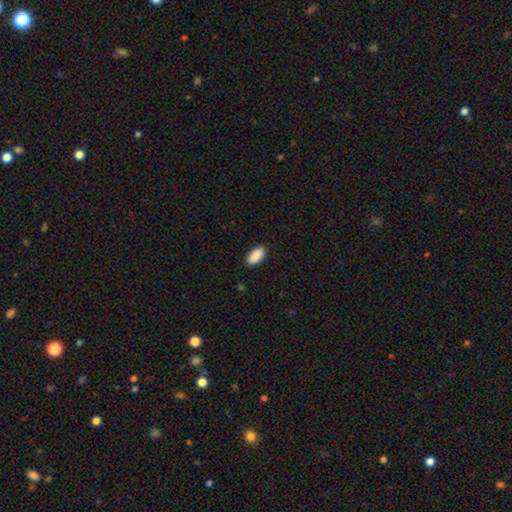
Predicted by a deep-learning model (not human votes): smooth_or_featured: smooth (p=0.91) [alt: star or artifact p=0.06]
how_rounded: in between (p=0.92) [alt: cigar-shaped p=0.06]
merging: none (p=0.89) [alt: minor disturbance p=0.08]